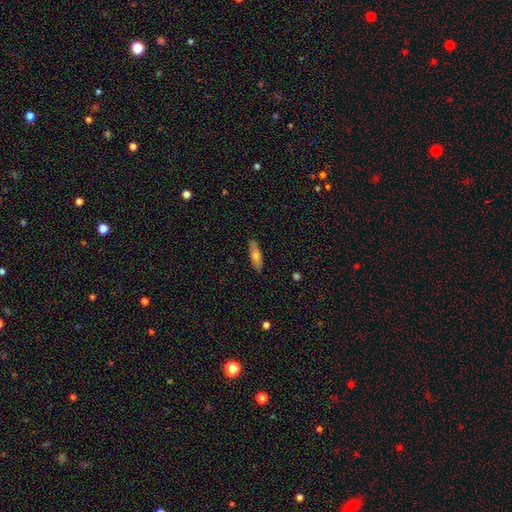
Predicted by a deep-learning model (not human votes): Morphology: type=smooth (64%); roundness=cigar-shaped (62%); merging=none (88%).